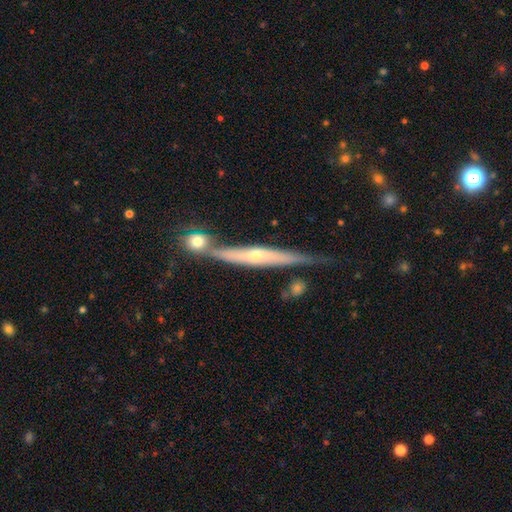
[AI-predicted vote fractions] Smooth or featured? featured or disk (73%)
Edge-on disk? yes (90%)
Edge-on bulge? rounded (72%)
Merging? none (60%)